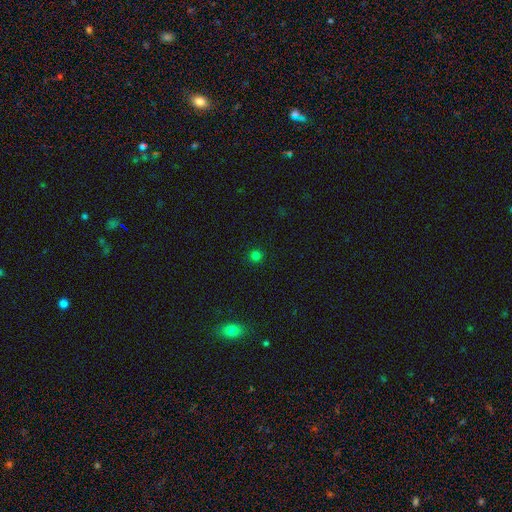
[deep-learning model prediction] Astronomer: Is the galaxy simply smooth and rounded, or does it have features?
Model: smooth — 77%.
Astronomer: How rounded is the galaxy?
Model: round — 93%.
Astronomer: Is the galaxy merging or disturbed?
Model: none — 91%.